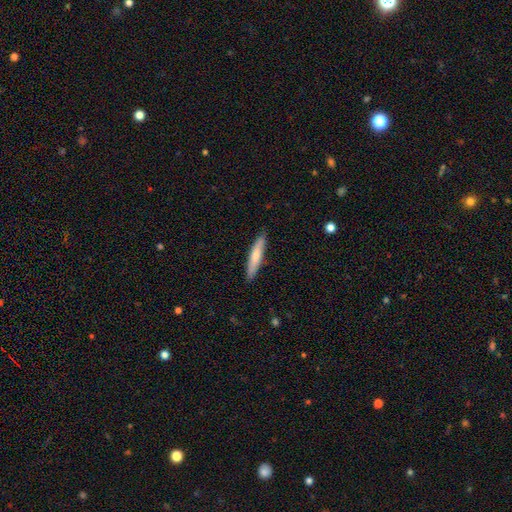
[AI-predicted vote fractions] smooth 70%, featured or disk 25%, star or artifact 5%. Down the decision tree: how rounded — cigar-shaped (90%); merging — none (88%).